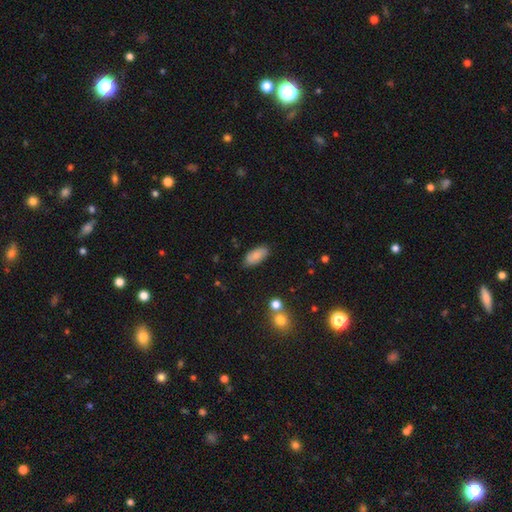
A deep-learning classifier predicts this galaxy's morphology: A smooth galaxy with no disk features (80%) that is in between round and cigar-shaped (90%).

Vote fractions:
- Smooth or featured? smooth: 80% / featured or disk: 13% / star or artifact: 7%
- How rounded? in between: 90% / cigar-shaped: 7% / round: 2%
- Merging? none: 82% / minor disturbance: 13% / major disturbance: 3% / merger: 2%